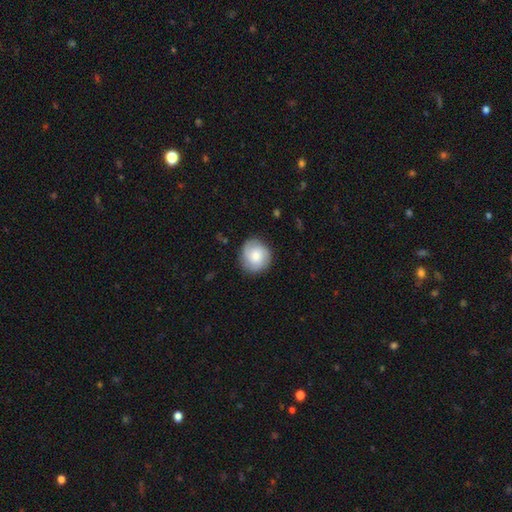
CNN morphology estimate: This is possibly a smooth galaxy (49%). Merging: clearly none (84%).